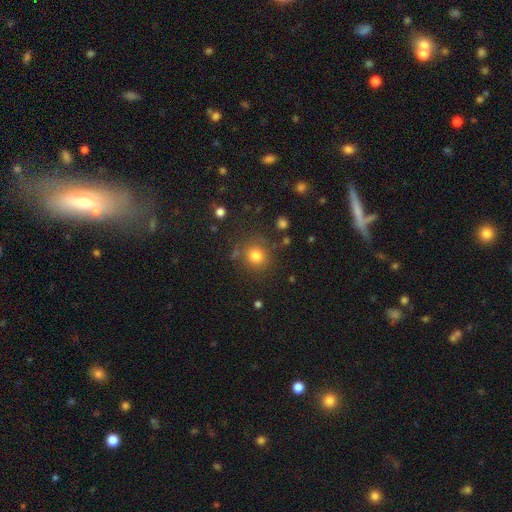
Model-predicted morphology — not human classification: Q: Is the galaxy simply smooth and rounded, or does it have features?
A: smooth — 79%.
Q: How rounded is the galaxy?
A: round — 90%.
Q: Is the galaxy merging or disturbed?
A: none — 81%.